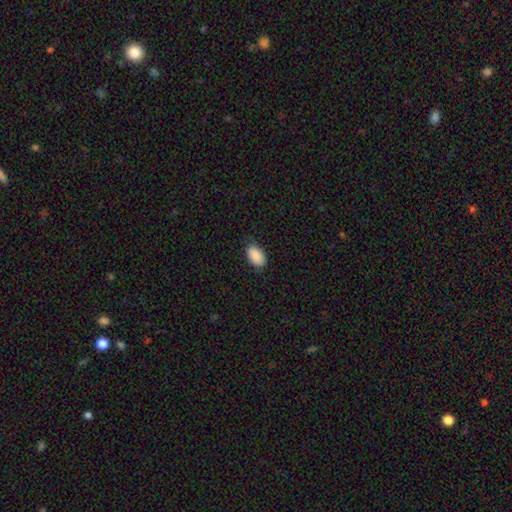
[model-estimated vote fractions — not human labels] smooth_or_featured: smooth (p=0.90) [alt: star or artifact p=0.06]
how_rounded: in between (p=0.94) [alt: round p=0.04]
merging: none (p=0.78) [alt: minor disturbance p=0.18]